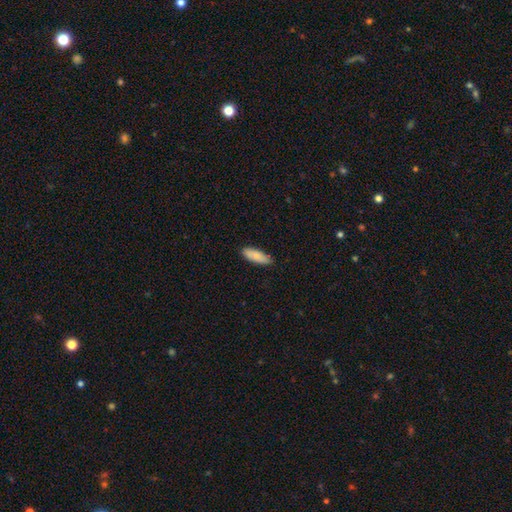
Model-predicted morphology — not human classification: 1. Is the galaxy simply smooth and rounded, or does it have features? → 84% smooth, 10% featured or disk, 6% star or artifact.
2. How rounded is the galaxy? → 59% in between, 40% cigar-shaped, 2% round.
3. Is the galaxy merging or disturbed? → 84% none, 13% minor disturbance, 2% major disturbance, 1% merger.